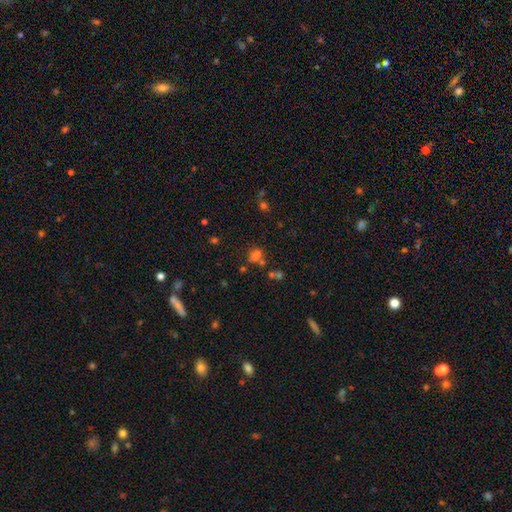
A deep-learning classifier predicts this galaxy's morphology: This appears to be a smooth galaxy with no disk features (52%) that is in between round and cigar-shaped (50%). Merging: none (51%).